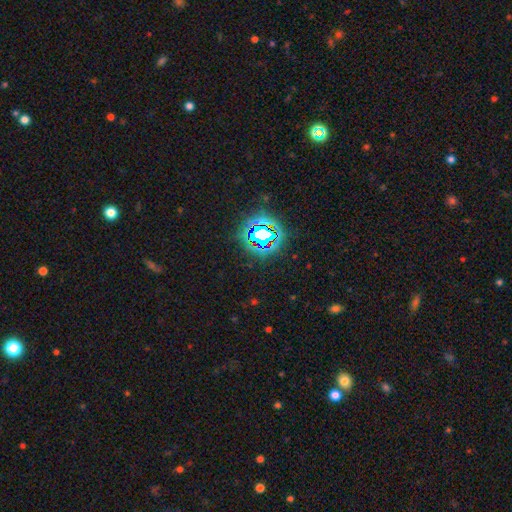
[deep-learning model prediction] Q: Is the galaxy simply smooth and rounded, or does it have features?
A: star or artifact — 81%.